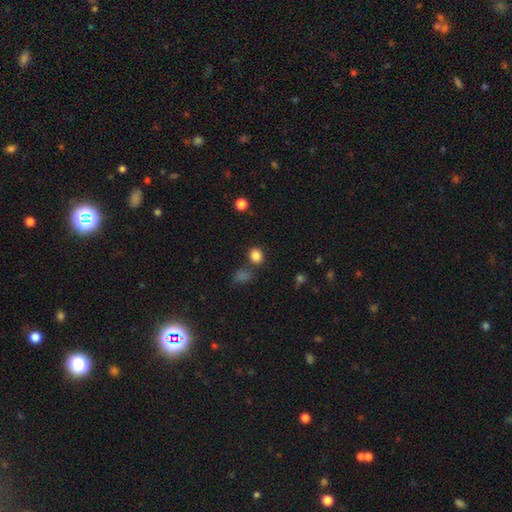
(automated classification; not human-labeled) Smooth or featured? smooth (84%)
How rounded? round (77%)
Merging? none (77%)